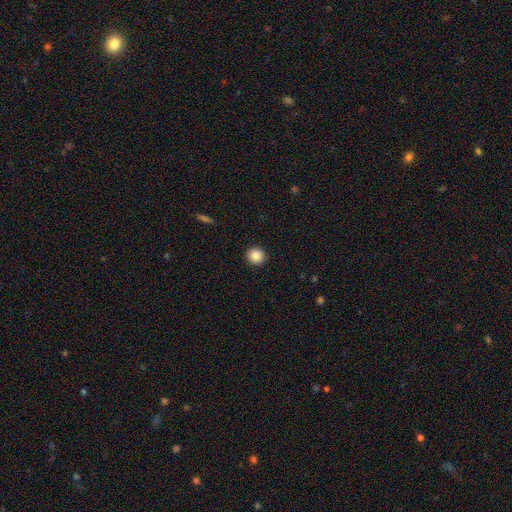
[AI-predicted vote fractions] Overall: smooth (86%). How rounded: round (90%). Merging: none (93%).